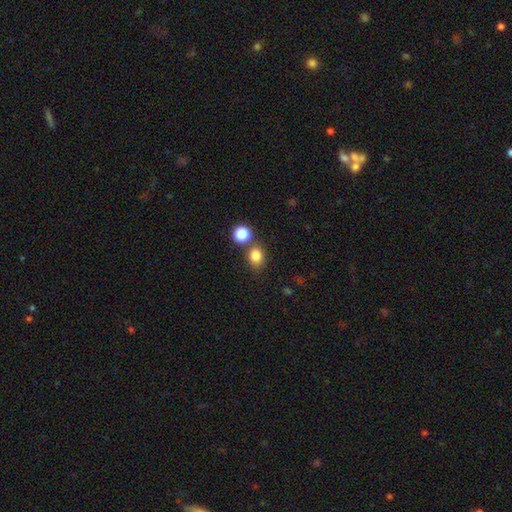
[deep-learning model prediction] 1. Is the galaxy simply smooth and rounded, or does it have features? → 82% smooth, 12% star or artifact, 6% featured or disk.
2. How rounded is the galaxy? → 59% round, 40% in between, 1% cigar-shaped.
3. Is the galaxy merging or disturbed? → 68% none, 18% merger, 10% minor disturbance, 3% major disturbance.